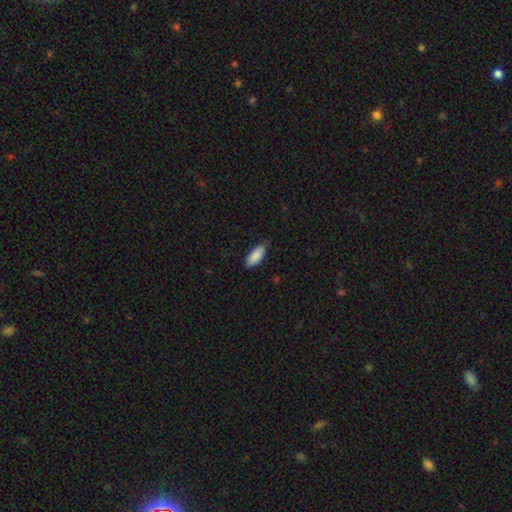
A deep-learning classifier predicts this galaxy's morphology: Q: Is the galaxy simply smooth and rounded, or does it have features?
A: smooth — 89%.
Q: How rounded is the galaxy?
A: in between — 84%.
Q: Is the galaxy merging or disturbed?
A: none — 77%.